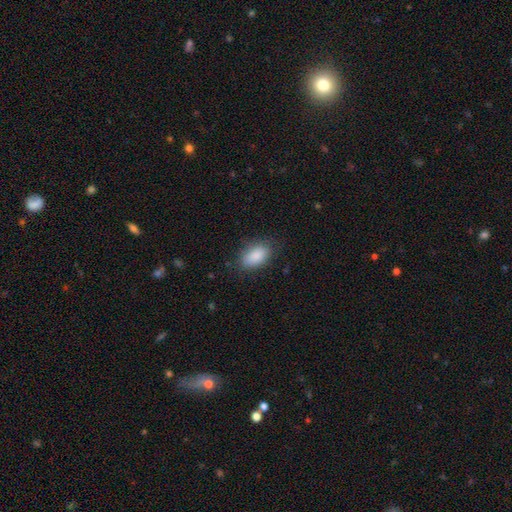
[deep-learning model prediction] A smooth galaxy with no disk features (88%) that is in between round and cigar-shaped (91%).

Vote fractions:
- Smooth or featured? smooth: 88% / star or artifact: 7% / featured or disk: 5%
- How rounded? in between: 91% / round: 6% / cigar-shaped: 3%
- Merging? none: 79% / minor disturbance: 15% / major disturbance: 5% / merger: 1%